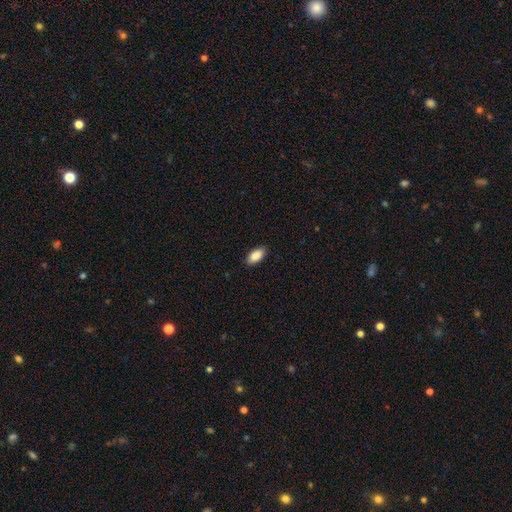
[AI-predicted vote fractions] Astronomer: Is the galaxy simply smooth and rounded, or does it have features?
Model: smooth — 88%.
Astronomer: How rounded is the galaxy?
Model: in between — 92%.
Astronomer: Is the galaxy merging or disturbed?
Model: none — 89%.